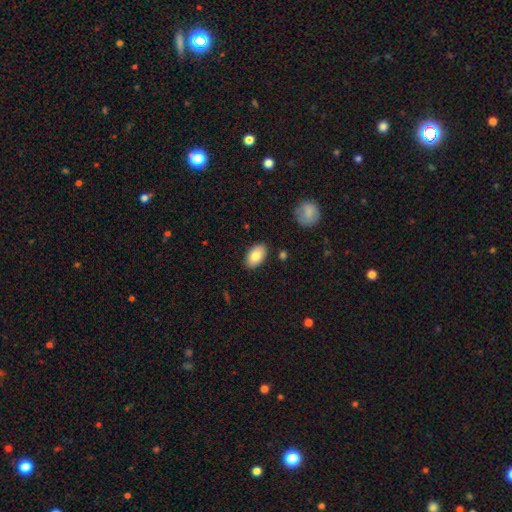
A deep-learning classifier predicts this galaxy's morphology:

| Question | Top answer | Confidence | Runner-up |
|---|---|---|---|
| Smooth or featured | smooth | 83% | featured or disk (11%) |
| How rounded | in between | 92% | round (6%) |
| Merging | none | 87% | minor disturbance (9%) |